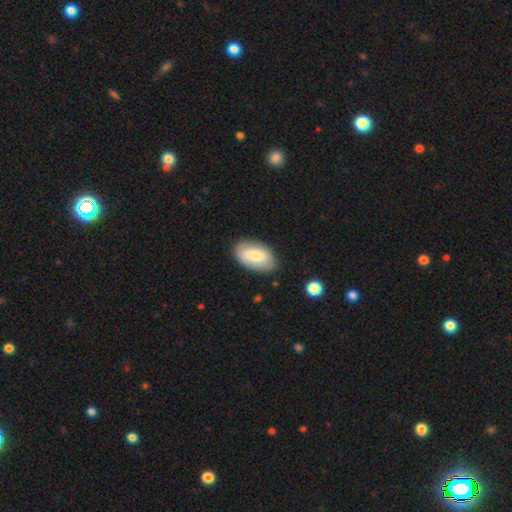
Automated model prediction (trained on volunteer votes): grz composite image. It shows a smooth galaxy with no disk features (70%) that is in between round and cigar-shaped (94%). Merging: none (79%).